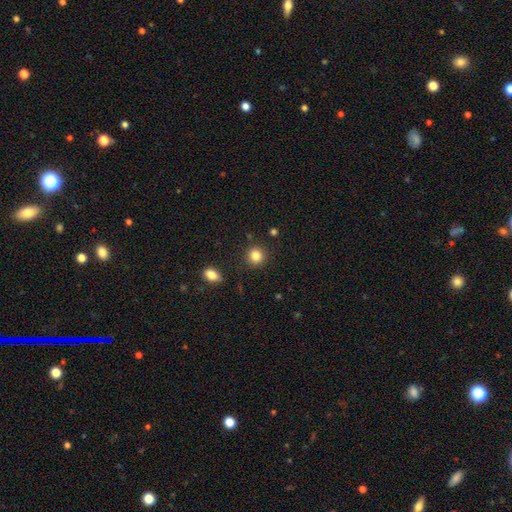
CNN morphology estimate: type=smooth (84%); roundness=round (88%); merging=none (88%).